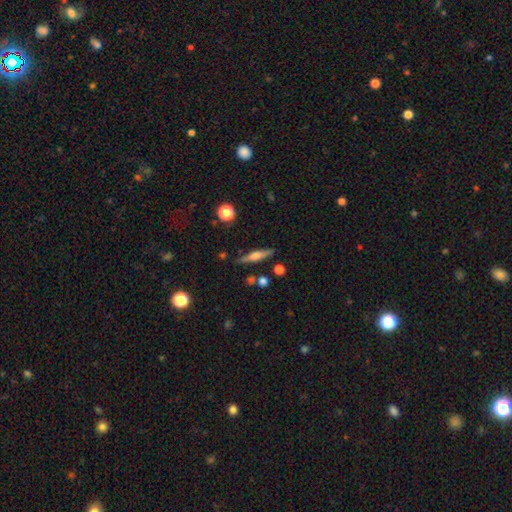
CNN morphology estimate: type=featured or disk (60%); edge-on=yes (96%); edge-on bulge=rounded (82%); merging=none (85%).